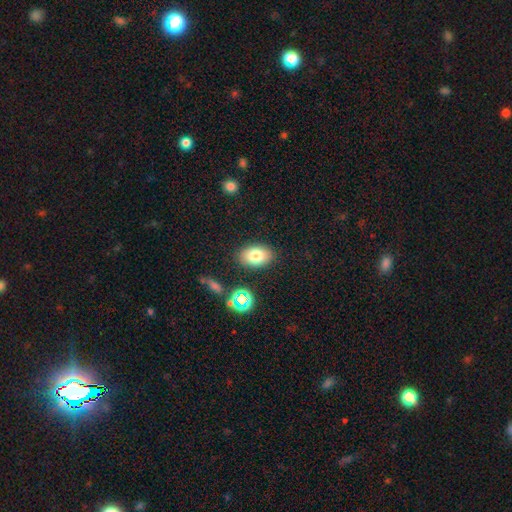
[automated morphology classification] Overall: smooth (77%). How rounded: in between (85%). Merging: none (85%).